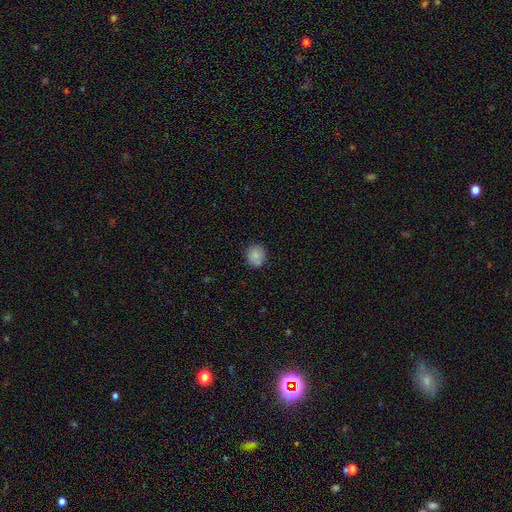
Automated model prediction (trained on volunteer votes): Smooth or featured?
  - smooth: 84% *
  - star or artifact: 9%
  - featured or disk: 7%
How rounded?
  - round: 81% *
  - in between: 18%
  - cigar-shaped: 1%
Merging?
  - none: 86% *
  - minor disturbance: 10%
  - major disturbance: 2%
  - merger: 2%